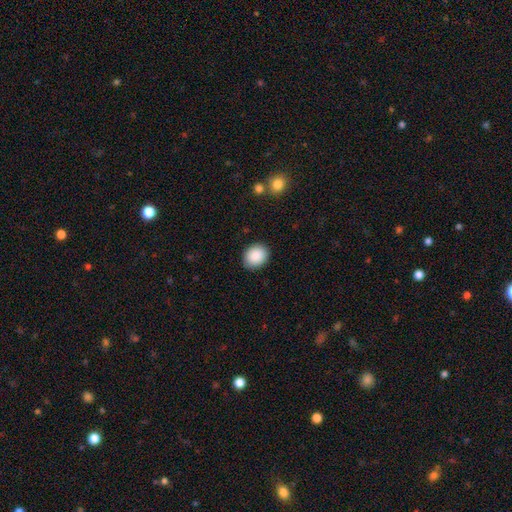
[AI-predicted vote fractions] The model was most divided on "how rounded": round: 52%, in between: 47%, cigar-shaped: 1%. More confident: smooth or featured — smooth (89%); merging — none (89%).